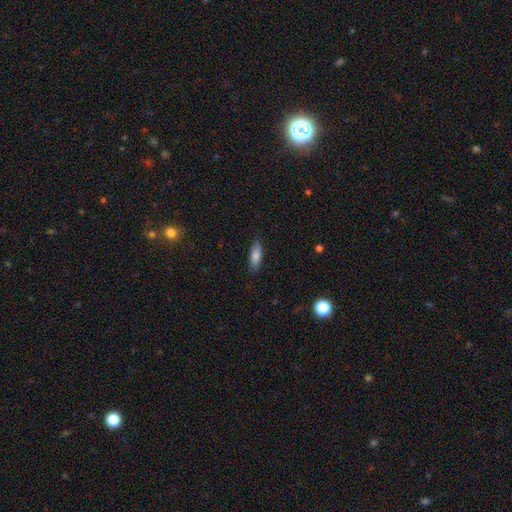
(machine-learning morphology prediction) Overall: smooth (80%). How rounded: in between (53%; cigar-shaped 45%). Merging: none (86%).